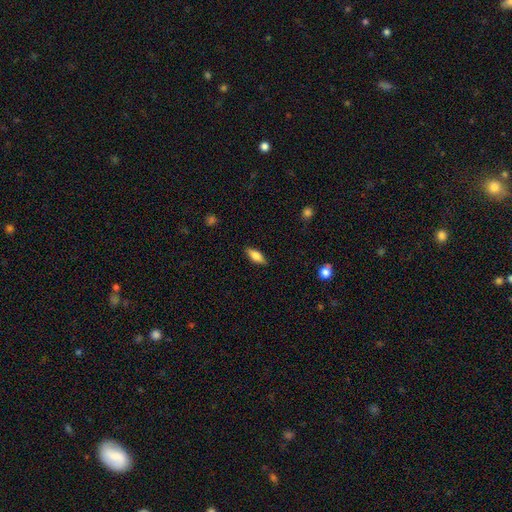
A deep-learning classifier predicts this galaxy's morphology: Smooth or featured?
  - smooth: 73% *
  - featured or disk: 20%
  - star or artifact: 7%
How rounded?
  - in between: 70% *
  - cigar-shaped: 27%
  - round: 3%
Merging?
  - none: 86% *
  - minor disturbance: 11%
  - major disturbance: 2%
  - merger: 1%